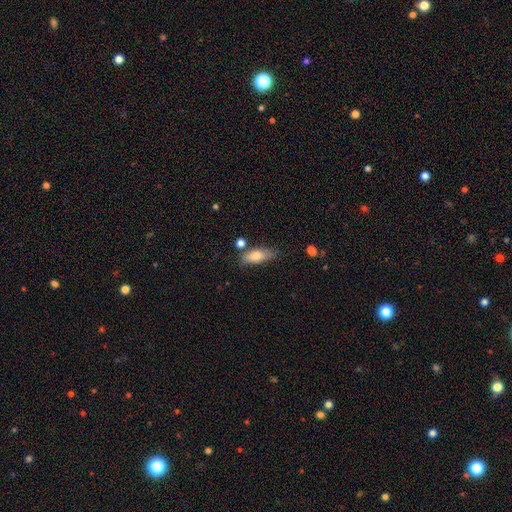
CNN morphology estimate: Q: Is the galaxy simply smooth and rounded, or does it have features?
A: smooth — 76%.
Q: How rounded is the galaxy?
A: in between — 72%.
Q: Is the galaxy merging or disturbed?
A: none — 68%.